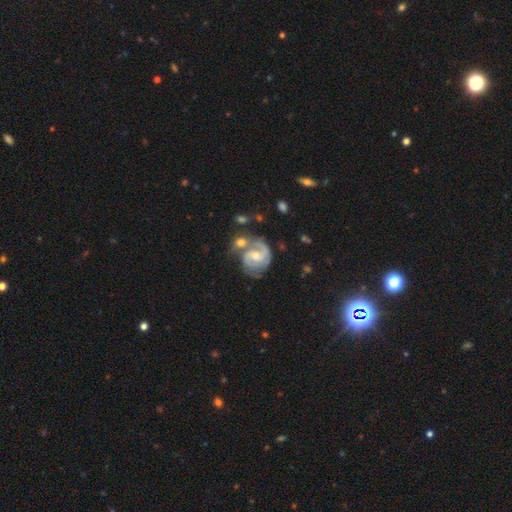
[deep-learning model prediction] A featured or disk galaxy (86%) with a weak bar (48%), 2 (74%) medium (46%) spiral arms (96%) and a moderate central bulge (53%).

Vote fractions:
- Smooth or featured? featured or disk: 86% / smooth: 9% / star or artifact: 5%
- Edge-on disk? no: 98% / yes: 2%
- Bar? weak: 48% / no: 40% / strong: 12%
- Spiral arms? yes: 96% / no: 4%
- Spiral winding? medium: 46% / tight: 42% / loose: 12%
- Spiral arm count? 2: 74% / 3: 9% / can't tell: 9% / 1: 4% / 4: 2% / more than 4: 2%
- Bulge size? moderate: 53% / small: 43% / large: 2% / none: 1% / dominant: 1%
- Merging? none: 42% / merger: 29% / minor disturbance: 18% / major disturbance: 11%